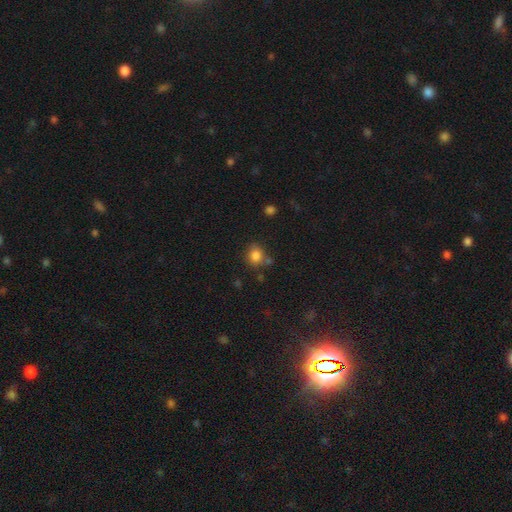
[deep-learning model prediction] This appears to be a smooth galaxy with no disk features (83%) that is round (72%). Merging: none (67%).